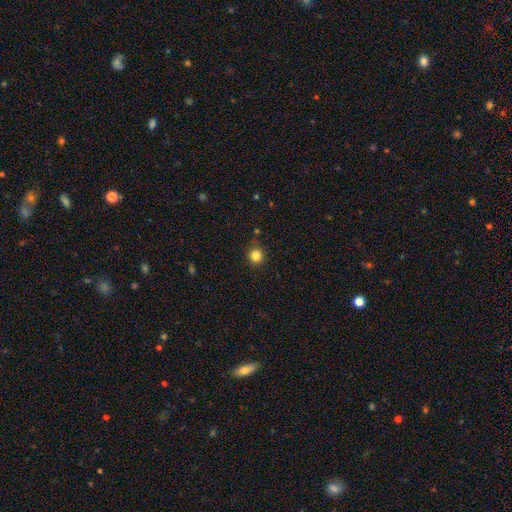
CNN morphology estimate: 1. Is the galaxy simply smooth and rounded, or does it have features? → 84% smooth, 12% star or artifact, 5% featured or disk.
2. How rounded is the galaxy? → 91% round, 8% in between, 1% cigar-shaped.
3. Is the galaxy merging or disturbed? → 86% none, 10% minor disturbance, 2% major disturbance, 2% merger.